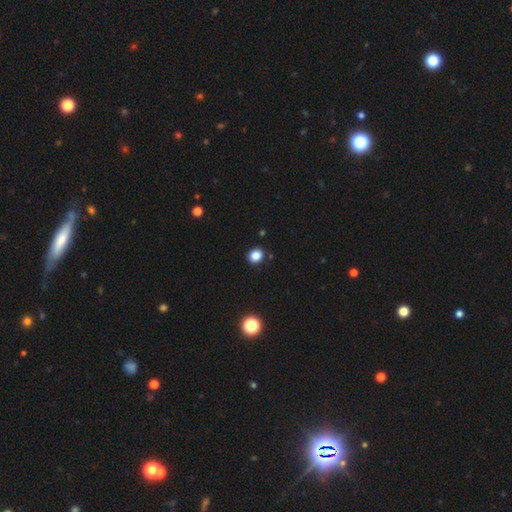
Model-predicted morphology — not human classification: smooth 85%, star or artifact 12%, featured or disk 3%. Down the decision tree: how rounded — round (69%); merging — none (89%).